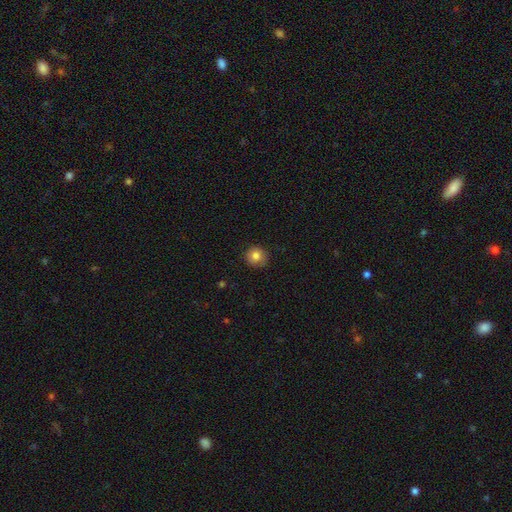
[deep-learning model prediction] smooth-or-featured: smooth: 82% | star or artifact: 10% | featured or disk: 8%
  how-rounded: round: 91% | in between: 8% | cigar-shaped: 1%
  merging: none: 87% | minor disturbance: 10% | major disturbance: 2% | merger: 1%